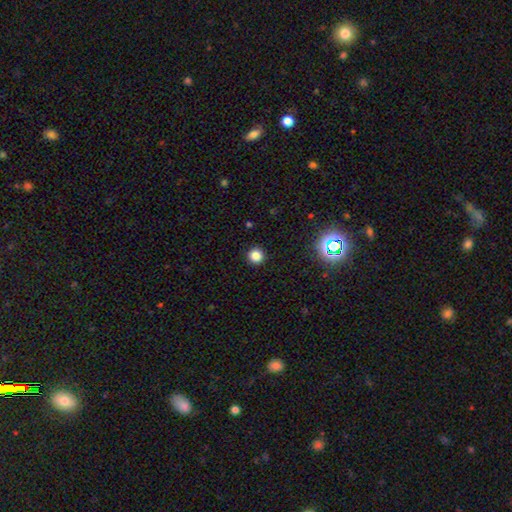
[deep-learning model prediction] Smooth or featured: smooth — 82% (star or artifact — 14%)
How rounded: round — 95% (in between — 4%)
Merging: none — 93% (minor disturbance — 5%)